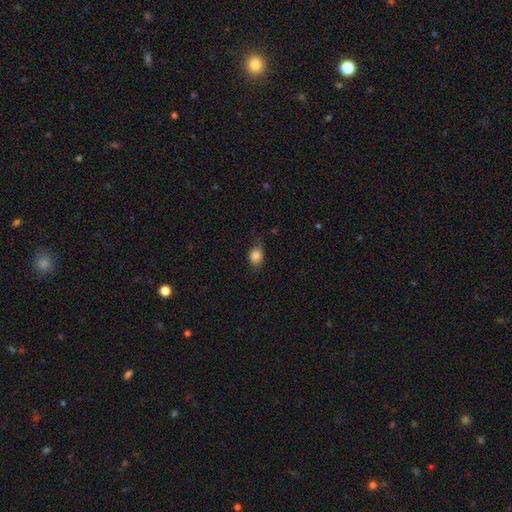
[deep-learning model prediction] Smooth or featured?
  - smooth: 84% *
  - star or artifact: 9%
  - featured or disk: 7%
How rounded?
  - in between: 57% *
  - round: 41%
  - cigar-shaped: 2%
Merging?
  - none: 68% *
  - minor disturbance: 25%
  - major disturbance: 6%
  - merger: 1%